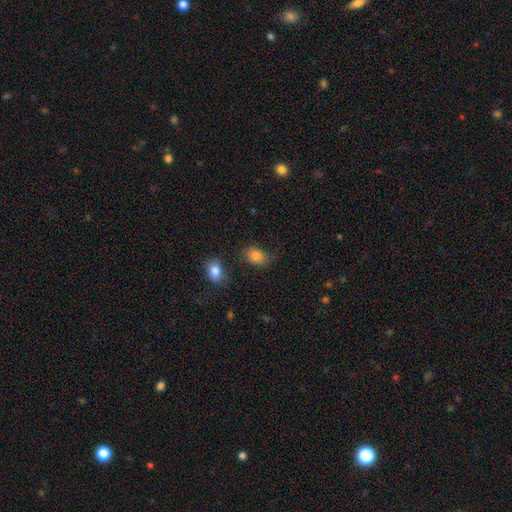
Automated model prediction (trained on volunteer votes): Morphology: type=smooth (84%); roundness=in between (66%); merging=none (71%).